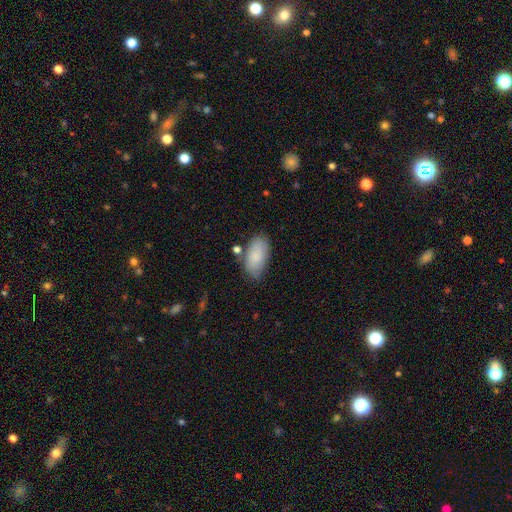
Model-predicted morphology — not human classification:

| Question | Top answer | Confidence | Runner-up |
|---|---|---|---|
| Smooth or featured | smooth | 86% | featured or disk (8%) |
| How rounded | in between | 94% | cigar-shaped (3%) |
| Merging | none | 70% | minor disturbance (20%) |